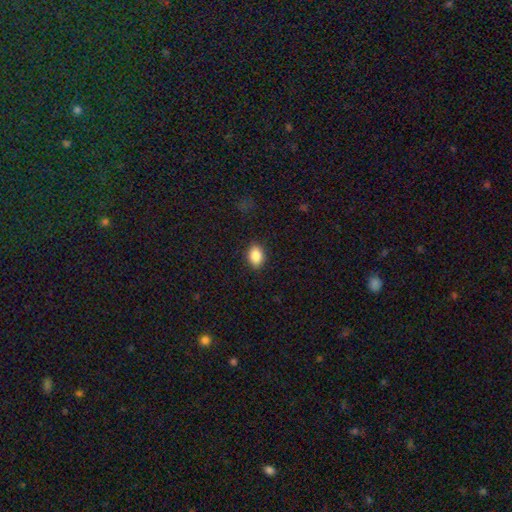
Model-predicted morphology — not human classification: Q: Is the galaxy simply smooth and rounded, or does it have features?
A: smooth — 87%.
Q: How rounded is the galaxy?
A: in between — 77%.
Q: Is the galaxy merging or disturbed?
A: none — 87%.